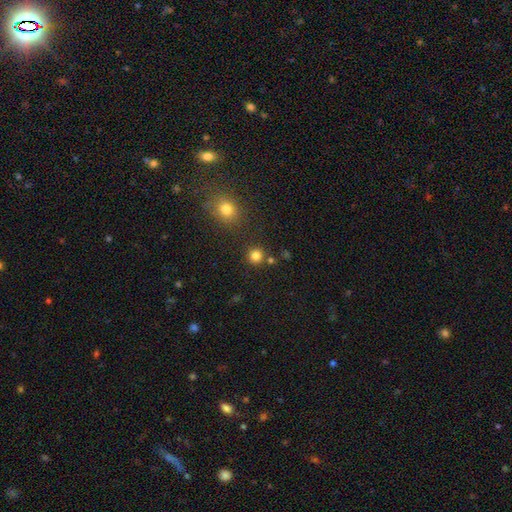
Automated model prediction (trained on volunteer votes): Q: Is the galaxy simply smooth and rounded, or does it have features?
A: smooth — 81%.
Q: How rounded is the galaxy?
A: round — 92%.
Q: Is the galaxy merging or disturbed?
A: none — 84%.